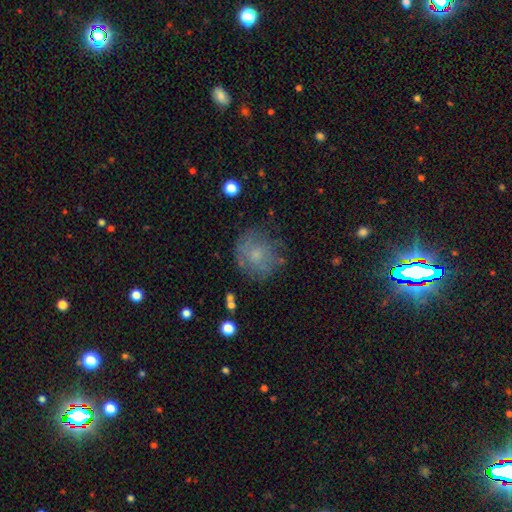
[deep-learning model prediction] A smooth galaxy with no disk features (52%) that is round (81%). Merging: none (67%).